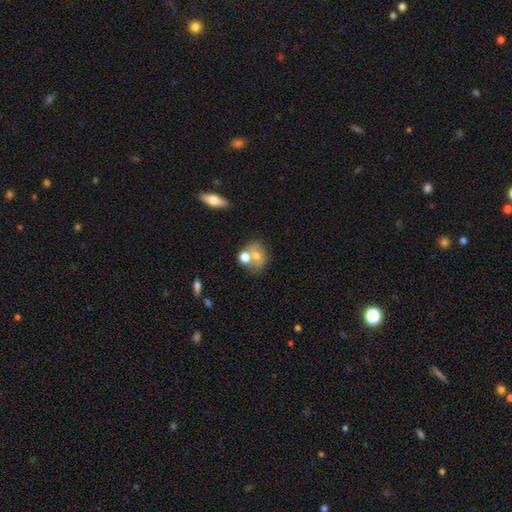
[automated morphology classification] smooth_or_featured: smooth (p=0.61) [alt: featured or disk p=0.27]
how_rounded: round (p=0.56) [alt: in between p=0.43]
merging: none (p=0.46) [alt: merger p=0.35]